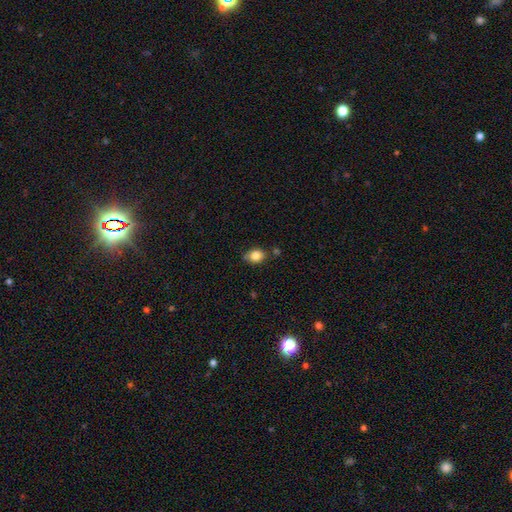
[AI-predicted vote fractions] Smooth or featured? Predicted: smooth (p=0.83). How rounded? Predicted: in between (p=0.54). Merging? Predicted: none (p=0.70).